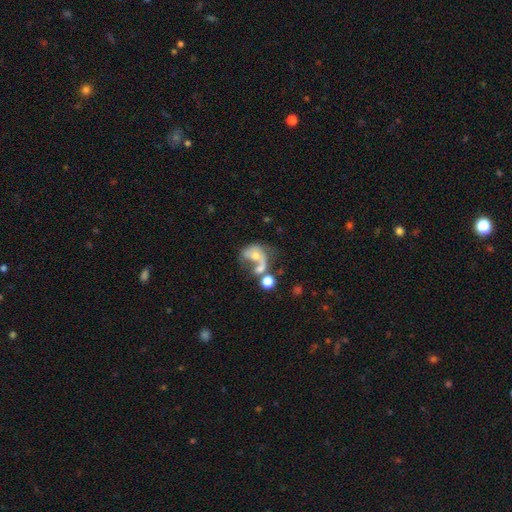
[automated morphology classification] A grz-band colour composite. It shows a featured or disk galaxy (53%) with no bar (71%), spiral arms (63%) and a moderate central bulge (47%). Merging: merger (42%).